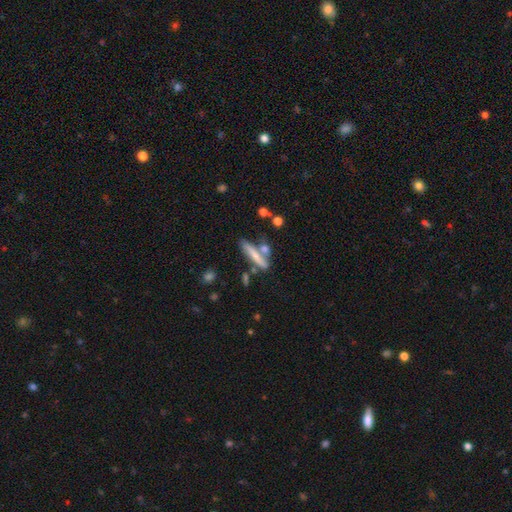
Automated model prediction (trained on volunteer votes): smooth_or_featured: smooth (p=0.60) [alt: featured or disk p=0.32]
how_rounded: cigar-shaped (p=0.84) [alt: in between p=0.13]
merging: none (p=0.60) [alt: merger p=0.20]